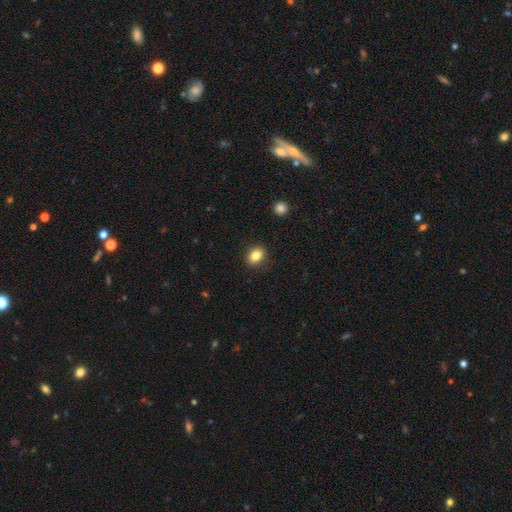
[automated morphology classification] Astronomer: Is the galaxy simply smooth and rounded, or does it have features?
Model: smooth — 84%.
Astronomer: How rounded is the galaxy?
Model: in between — 62%.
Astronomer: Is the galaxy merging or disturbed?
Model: none — 89%.